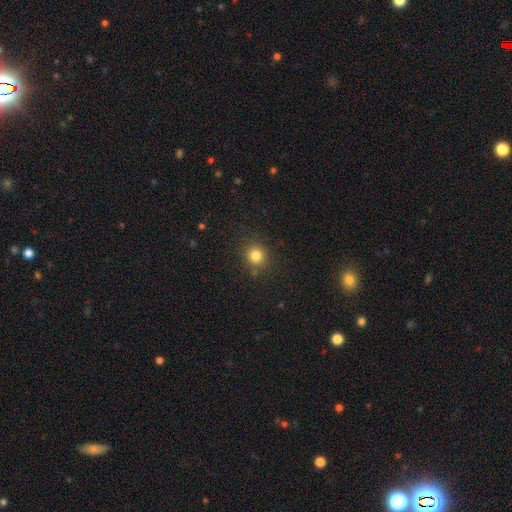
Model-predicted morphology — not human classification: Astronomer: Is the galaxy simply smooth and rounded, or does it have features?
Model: smooth — 81%.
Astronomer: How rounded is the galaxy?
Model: round — 89%.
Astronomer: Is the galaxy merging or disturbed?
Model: none — 86%.